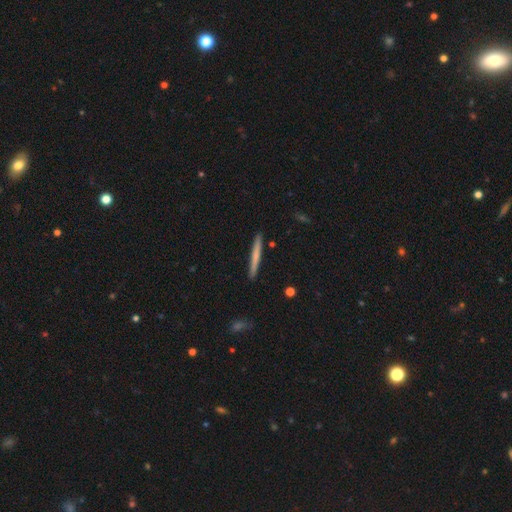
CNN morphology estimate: This is likely a smooth galaxy (63%). How rounded: clearly cigar-shaped (97%). Merging: clearly none (91%).